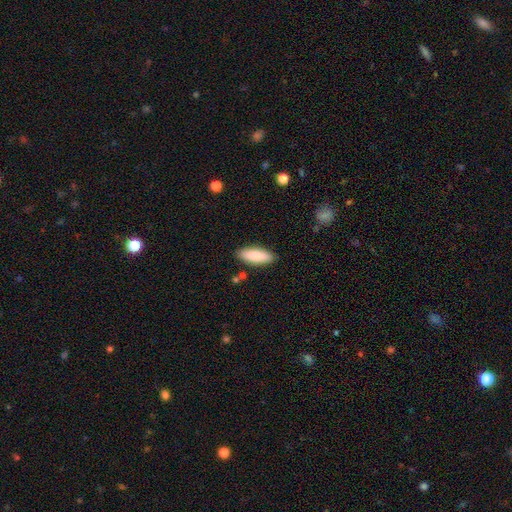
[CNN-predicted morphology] Overall: smooth (84%). How rounded: in between (71%). Merging: none (86%).